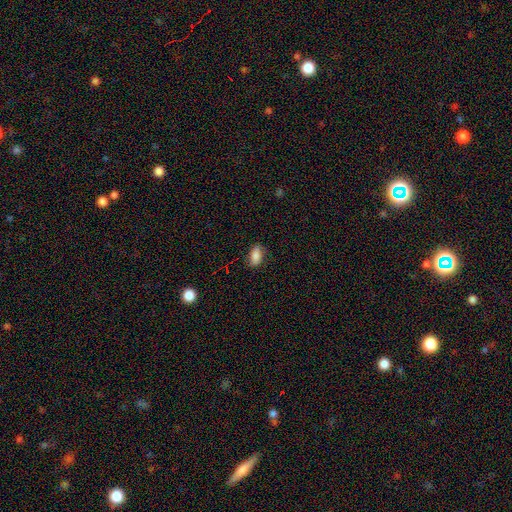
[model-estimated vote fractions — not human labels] This appears to be a smooth galaxy with no disk features (81%) that is in between round and cigar-shaped (90%). Merging: none (77%).